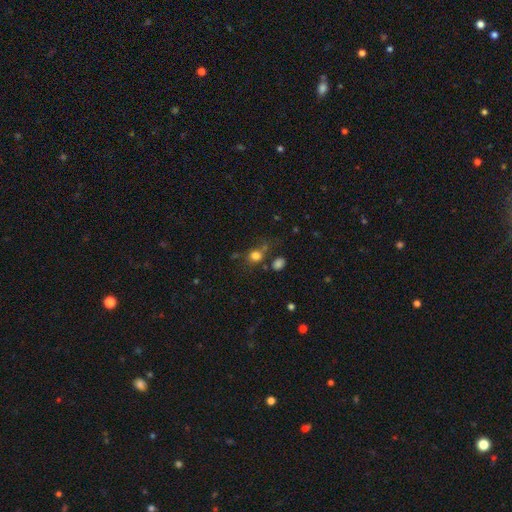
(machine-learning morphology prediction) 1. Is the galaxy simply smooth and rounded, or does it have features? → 78% smooth, 15% star or artifact, 7% featured or disk.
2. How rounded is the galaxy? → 75% round, 24% in between, 1% cigar-shaped.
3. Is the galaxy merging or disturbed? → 62% none, 16% minor disturbance, 13% merger, 9% major disturbance.